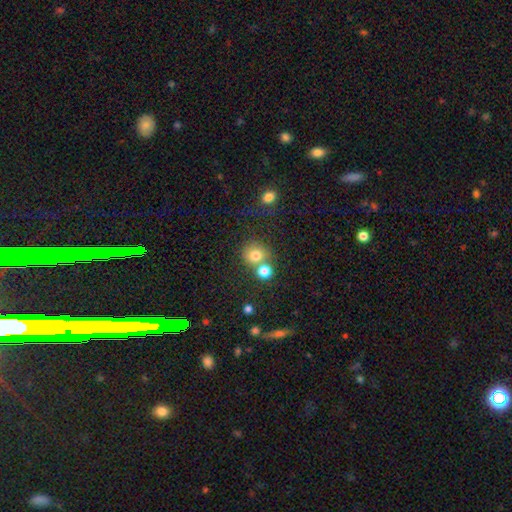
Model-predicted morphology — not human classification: smooth 78%, star or artifact 13%, featured or disk 9%. Down the decision tree: how rounded — round (85%); merging — none (54%).